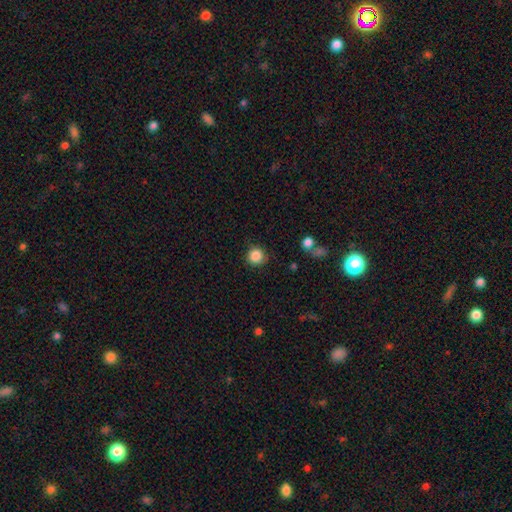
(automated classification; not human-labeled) smooth_or_featured: smooth (p=0.86) [alt: star or artifact p=0.10]
how_rounded: round (p=0.93) [alt: in between p=0.06]
merging: none (p=0.86) [alt: minor disturbance p=0.10]